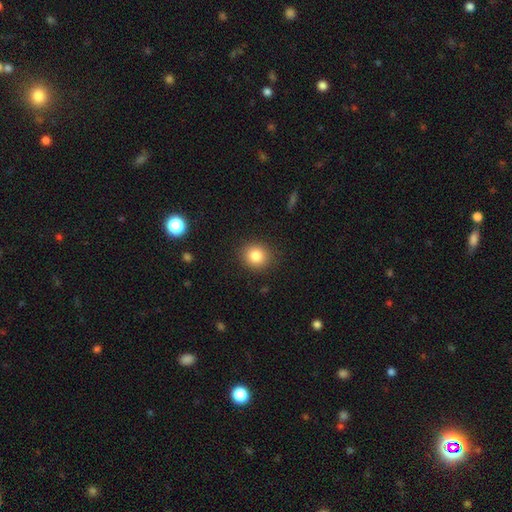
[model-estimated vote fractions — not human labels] This is clearly a smooth galaxy (83%). How rounded: clearly round (85%). Merging: clearly none (89%).